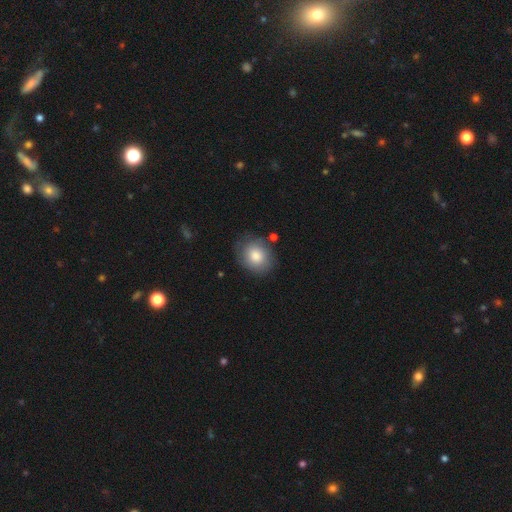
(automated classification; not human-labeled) This appears to be a smooth galaxy with no disk features (81%) that is round (63%). Merging: none (78%).